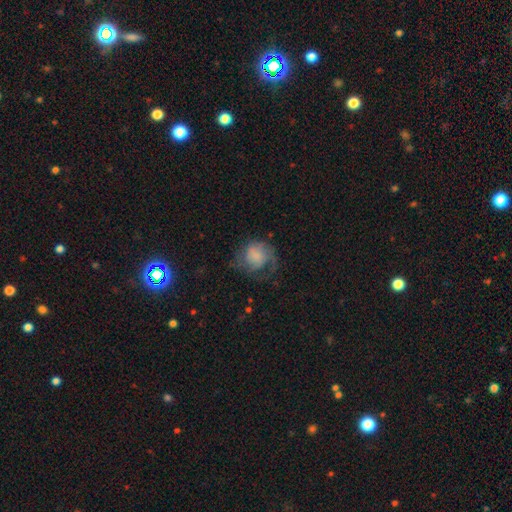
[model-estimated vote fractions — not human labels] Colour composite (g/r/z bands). It shows a featured or disk galaxy (49%). Merging: none (44%).